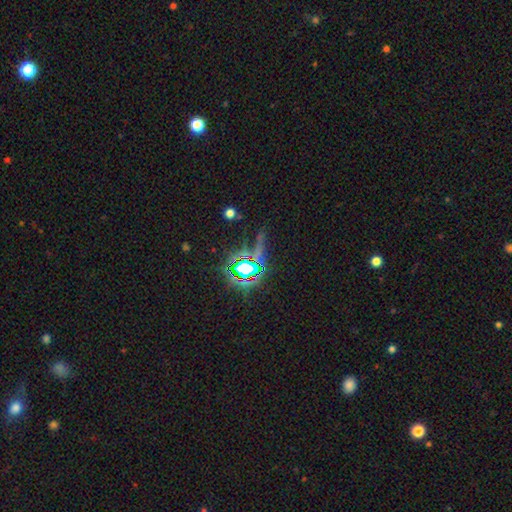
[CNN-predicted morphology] smooth_or_featured: star or artifact (p=0.75) [alt: smooth p=0.13]